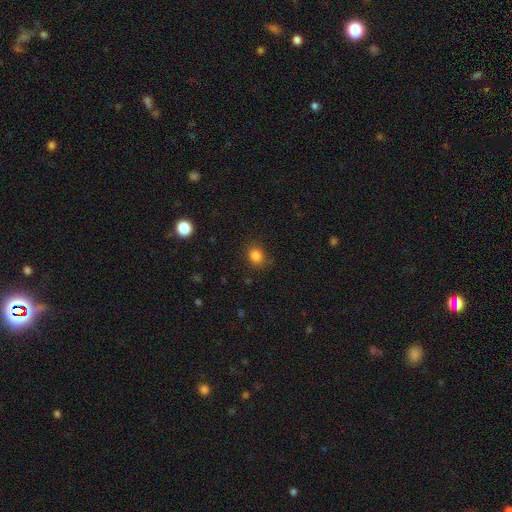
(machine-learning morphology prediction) type=smooth (84%); roundness=round (58%); merging=none (80%).